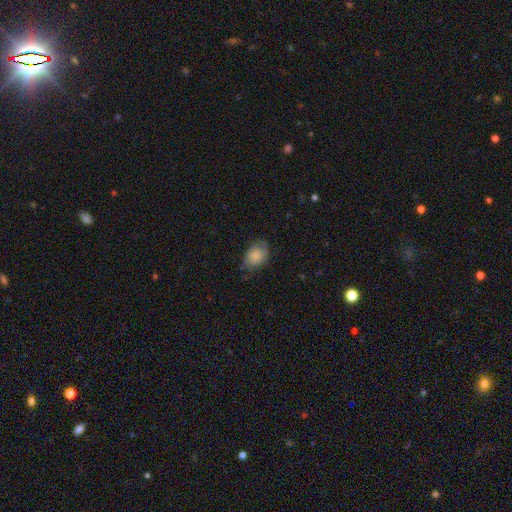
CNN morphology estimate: smooth_or_featured: smooth (p=0.80) [alt: featured or disk p=0.13]
how_rounded: in between (p=0.71) [alt: round p=0.28]
merging: none (p=0.63) [alt: minor disturbance p=0.27]